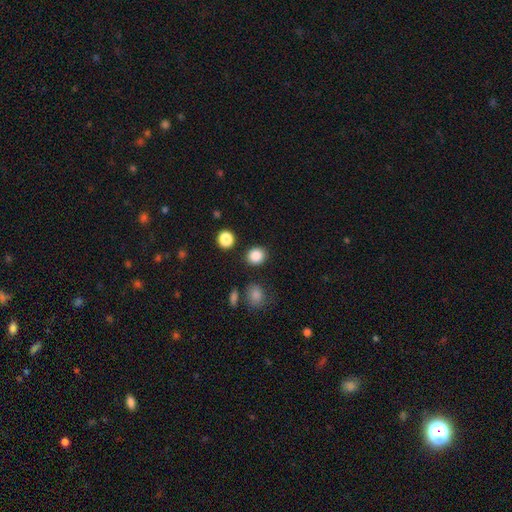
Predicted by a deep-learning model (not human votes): Smooth or featured? smooth (86%)
How rounded? round (76%)
Merging? none (86%)